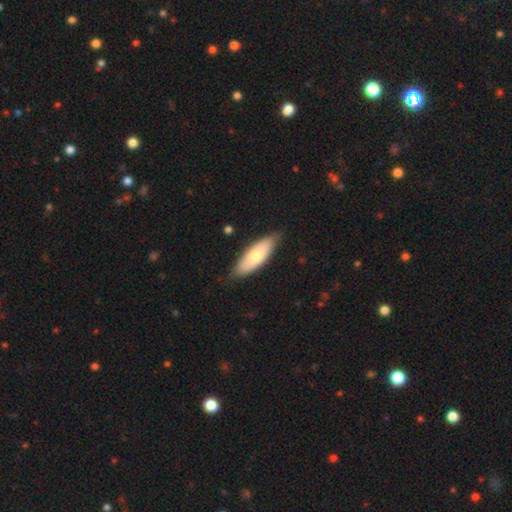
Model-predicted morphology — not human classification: Smooth or featured? Predicted: smooth (p=0.65). How rounded? Predicted: in between (p=0.66). Merging? Predicted: none (p=0.80).